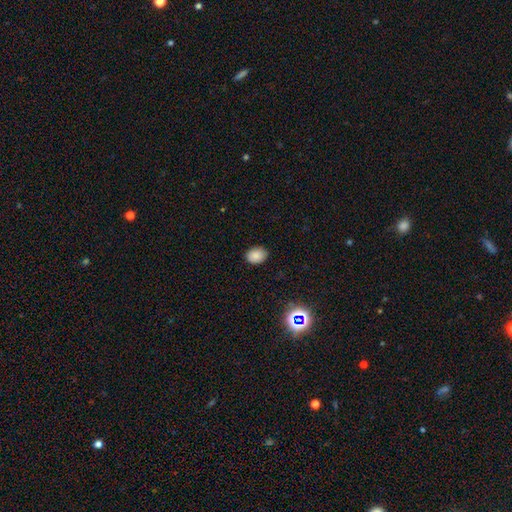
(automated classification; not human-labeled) Smooth or featured? Predicted: smooth (p=0.84). How rounded? Predicted: in between (p=0.68). Merging? Predicted: none (p=0.86).